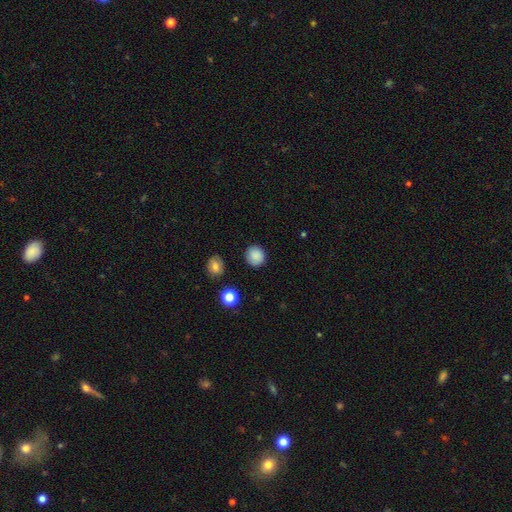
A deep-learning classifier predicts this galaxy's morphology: Smooth or featured? Predicted: smooth (p=0.86). How rounded? Predicted: round (p=0.88). Merging? Predicted: none (p=0.87).